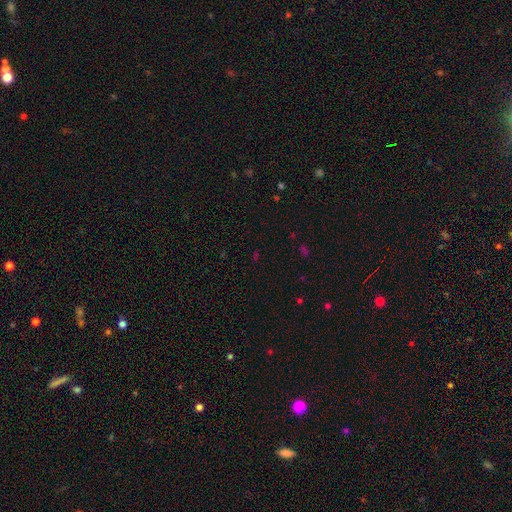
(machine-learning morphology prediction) A star or artifact, not a galaxy (63%).

Vote fractions:
- Smooth or featured? star or artifact: 63% / smooth: 30% / featured or disk: 8%